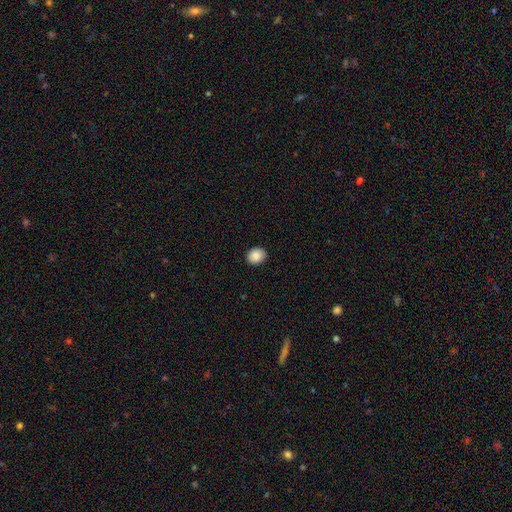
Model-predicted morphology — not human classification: type=smooth (87%); roundness=round (65%); merging=none (91%).